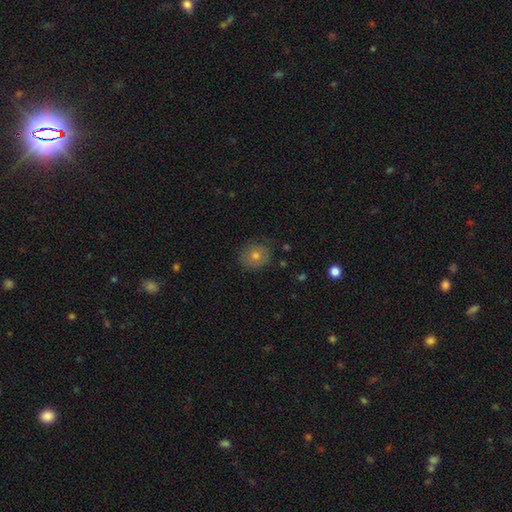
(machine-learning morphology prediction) A smooth galaxy with no disk features (64%) that is round (80%).

Vote fractions:
- Smooth or featured? smooth: 64% / featured or disk: 20% / star or artifact: 15%
- How rounded? round: 80% / in between: 19% / cigar-shaped: 1%
- Merging? none: 82% / minor disturbance: 13% / major disturbance: 3% / merger: 1%